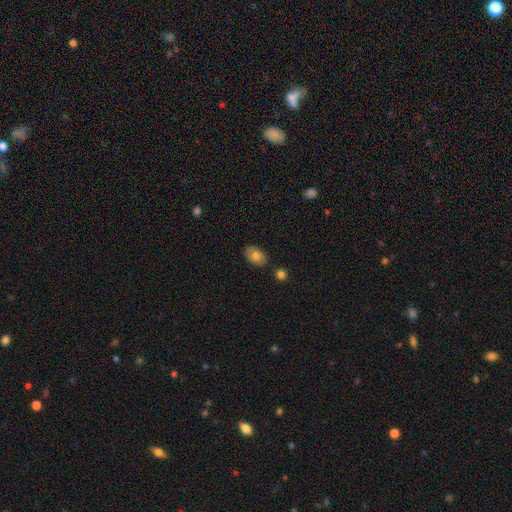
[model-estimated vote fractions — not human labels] Smooth or featured: smooth — 79% (featured or disk — 14%)
How rounded: in between — 86% (round — 12%)
Merging: none — 82% (minor disturbance — 12%)